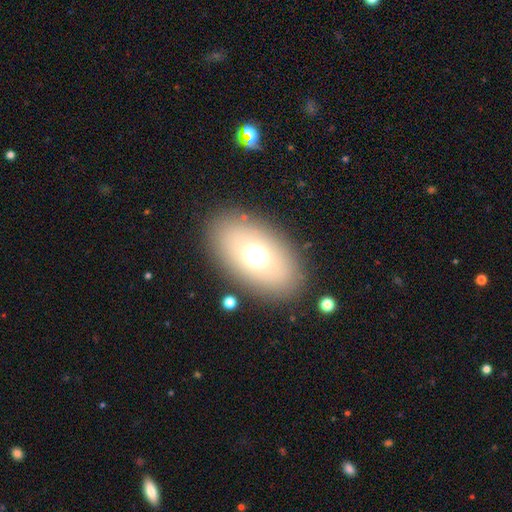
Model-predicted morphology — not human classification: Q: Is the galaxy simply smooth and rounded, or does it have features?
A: smooth — 63%.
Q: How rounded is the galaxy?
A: in between — 86%.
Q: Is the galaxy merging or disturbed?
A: none — 85%.